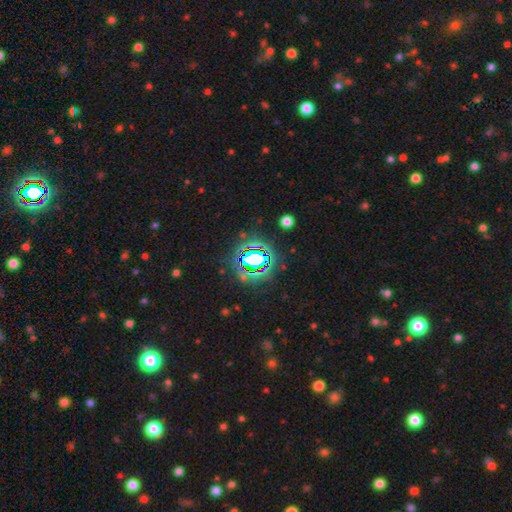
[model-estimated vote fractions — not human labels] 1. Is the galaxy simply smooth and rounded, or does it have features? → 73% star or artifact, 17% smooth, 10% featured or disk.